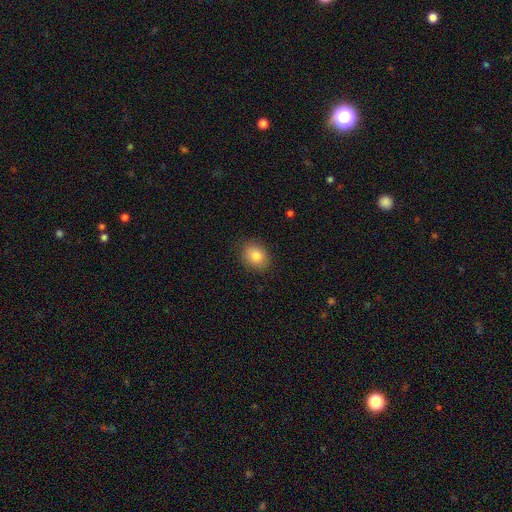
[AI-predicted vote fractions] Overall: smooth (84%). How rounded: in between (52%; round 47%). Merging: none (86%).